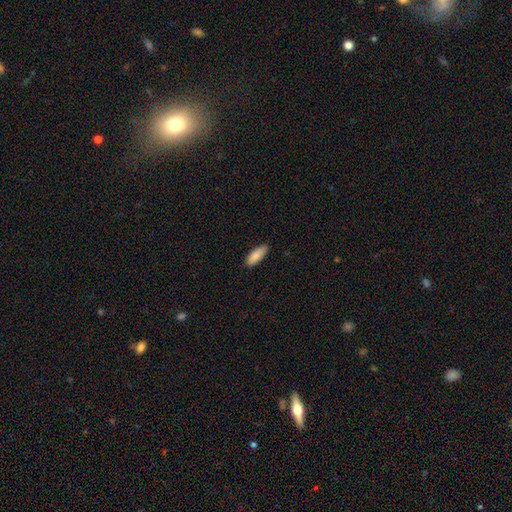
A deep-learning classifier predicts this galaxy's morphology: Q: Smooth or featured?
A: smooth (88%); runner-up: featured or disk (6%)
Q: How rounded?
A: in between (67%); runner-up: cigar-shaped (32%)
Q: Merging?
A: none (86%); runner-up: minor disturbance (11%)